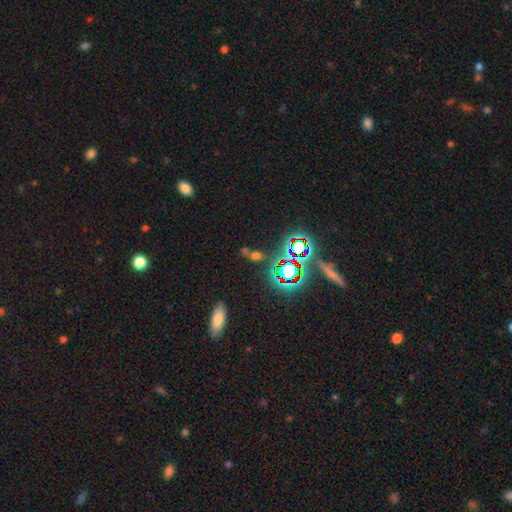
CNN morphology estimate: Smooth or featured?
  - star or artifact: 46% *
  - smooth: 40%
  - featured or disk: 14%